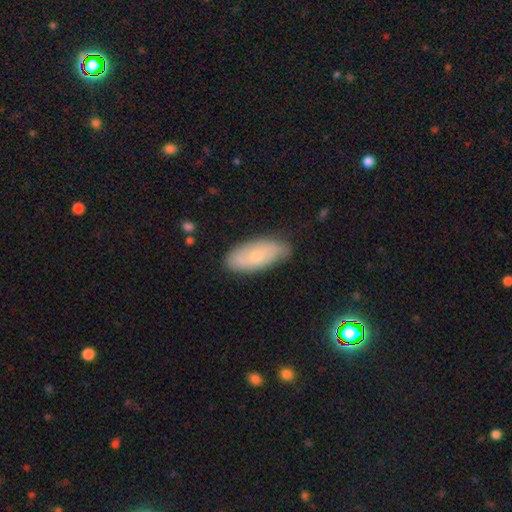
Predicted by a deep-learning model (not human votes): This appears to be a smooth galaxy with no disk features (56%) that is in between round and cigar-shaped (88%). Merging: none (73%).